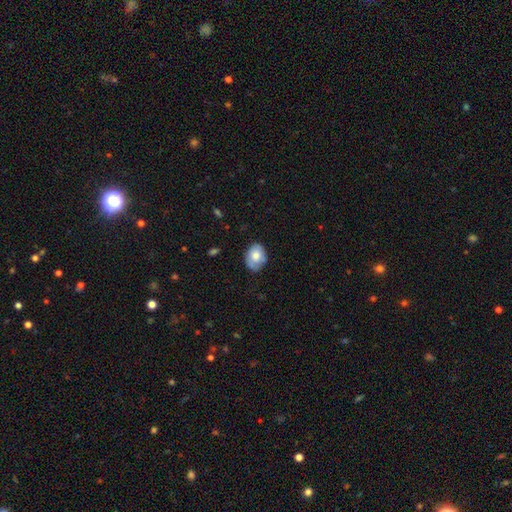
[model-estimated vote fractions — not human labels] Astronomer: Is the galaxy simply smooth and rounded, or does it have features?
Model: smooth — 74%.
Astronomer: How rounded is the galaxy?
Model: in between — 69%.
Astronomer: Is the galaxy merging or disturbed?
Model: none — 70%.